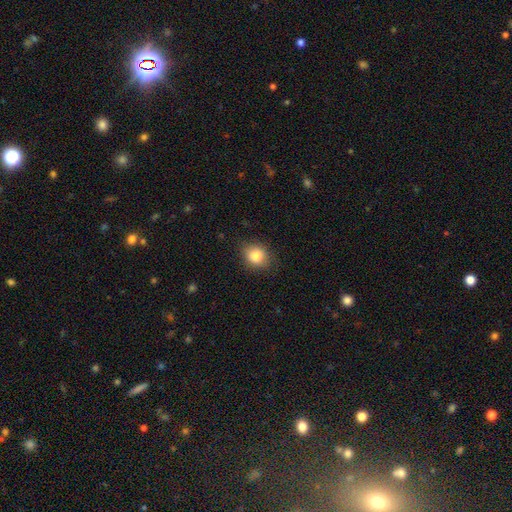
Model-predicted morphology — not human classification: This appears to be a smooth galaxy with no disk features (83%) that is round (62%). Merging: none (84%).